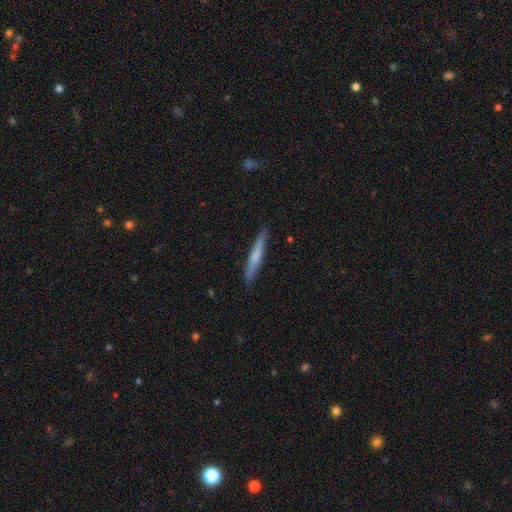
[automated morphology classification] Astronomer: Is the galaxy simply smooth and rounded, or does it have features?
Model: smooth — 57% (runner-up: featured or disk, 38%).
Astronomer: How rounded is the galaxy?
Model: cigar-shaped — 96%.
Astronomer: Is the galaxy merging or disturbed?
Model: none — 89%.